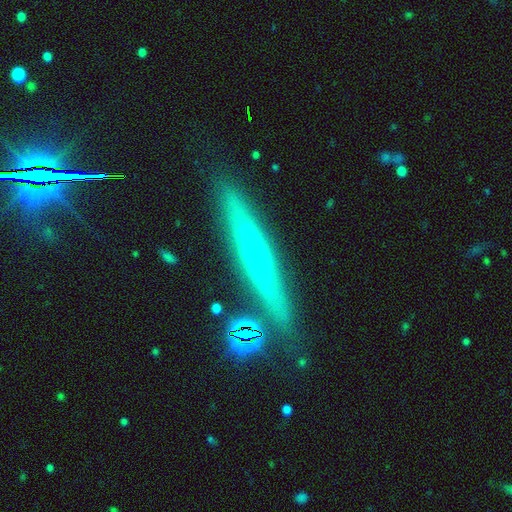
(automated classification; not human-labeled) Smooth or featured: featured or disk — 64% (smooth — 25%)
Edge-on disk: yes — 87% (no — 13%)
Edge-on bulge: rounded — 62% (none — 35%)
Merging: none — 86% (minor disturbance — 9%)